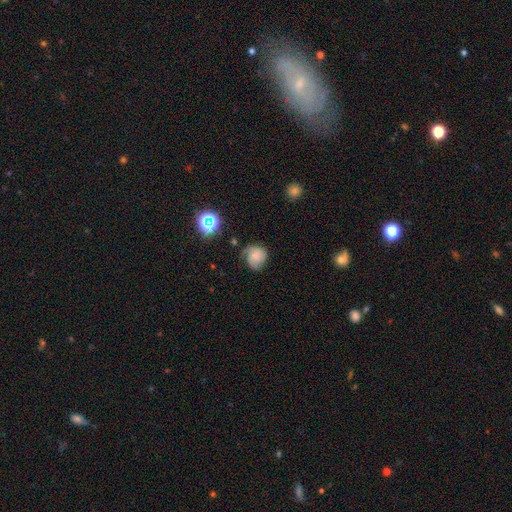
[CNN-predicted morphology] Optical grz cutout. It shows a smooth galaxy with no disk features (47%). Merging: none (50%).